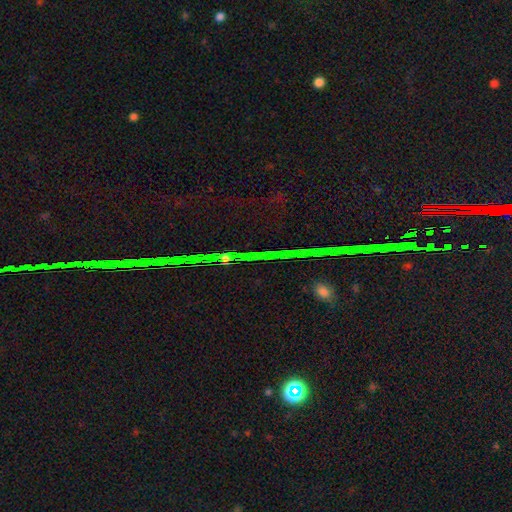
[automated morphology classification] A star or artifact, not a galaxy (77%).